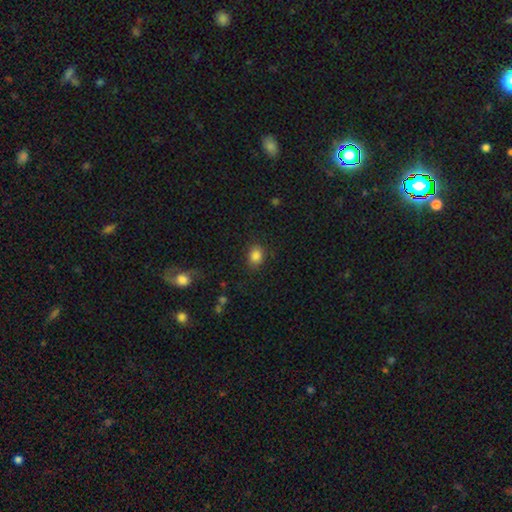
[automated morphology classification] smooth_or_featured: smooth (p=0.85) [alt: star or artifact p=0.10]
how_rounded: in between (p=0.51) [alt: round p=0.48]
merging: none (p=0.83) [alt: minor disturbance p=0.12]